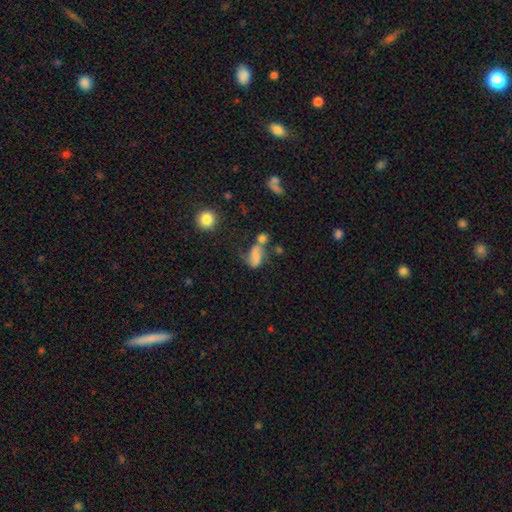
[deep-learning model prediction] Smooth or featured?
  - smooth: 50% *
  - featured or disk: 37%
  - star or artifact: 14%
Merging?
  - merger: 31% *
  - none: 30%
  - major disturbance: 20%
  - minor disturbance: 19%